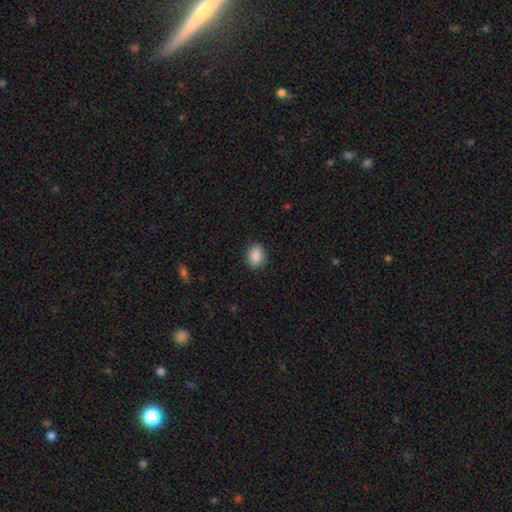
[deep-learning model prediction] Smooth or featured? smooth (89%)
How rounded? in between (56%)
Merging? none (88%)